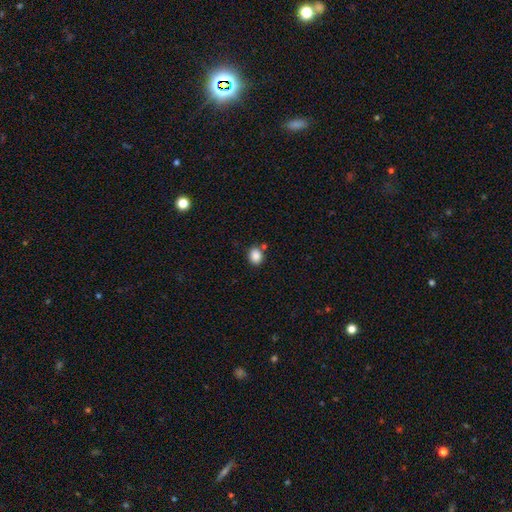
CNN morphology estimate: A smooth galaxy with no disk features (87%) that is round (52%).

Vote fractions:
- Smooth or featured? smooth: 87% / star or artifact: 9% / featured or disk: 3%
- How rounded? round: 52% / in between: 48% / cigar-shaped: 1%
- Merging? none: 76% / minor disturbance: 12% / merger: 9% / major disturbance: 3%